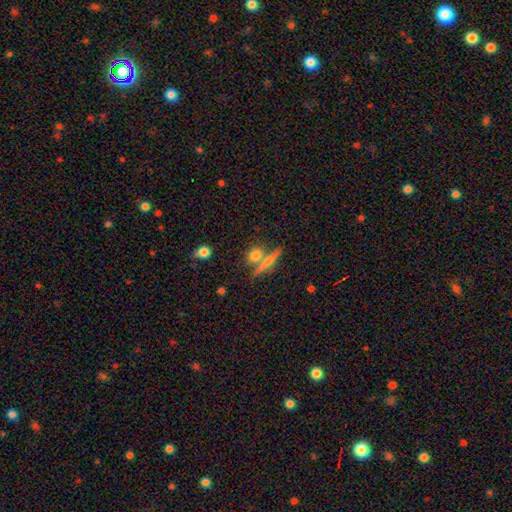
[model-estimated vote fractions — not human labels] A smooth galaxy with no disk features (63%) that is round (50%). Merging: none (60%).